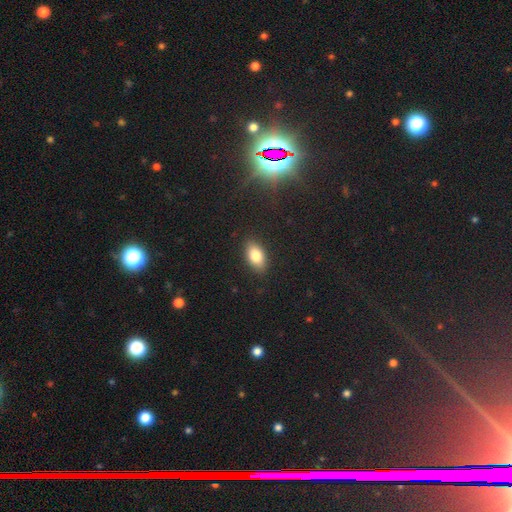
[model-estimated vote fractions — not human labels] The model was most divided on "smooth or featured": smooth: 81%, featured or disk: 10%, star or artifact: 8%. More confident: how rounded — in between (91%); merging — none (87%).